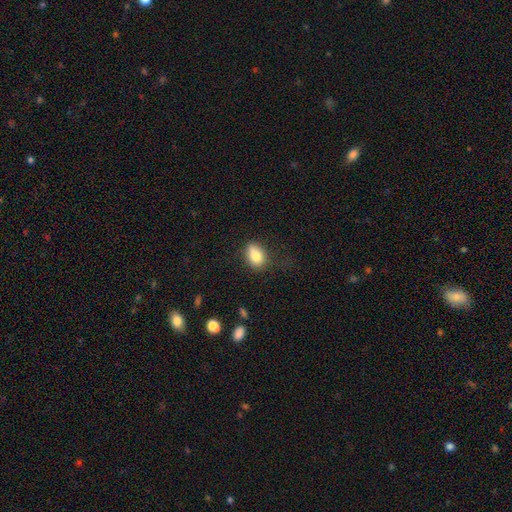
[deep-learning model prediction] Q: Smooth or featured?
A: smooth (81%); runner-up: featured or disk (10%)
Q: How rounded?
A: in between (78%); runner-up: round (20%)
Q: Merging?
A: none (60%); runner-up: minor disturbance (28%)